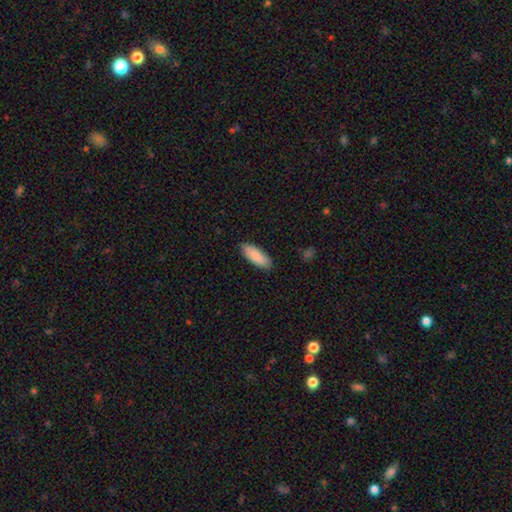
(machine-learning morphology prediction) smooth 87%, featured or disk 7%, star or artifact 5%. Down the decision tree: how rounded — in between (73%); merging — none (88%).